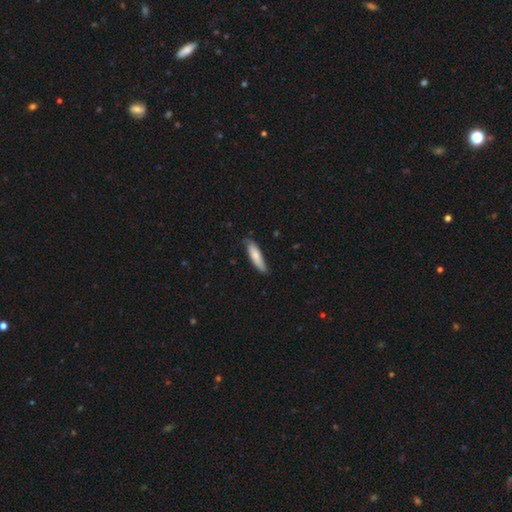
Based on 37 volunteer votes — Overall: smooth (86%). How rounded: cigar-shaped (78%). Merging: none (68%; minor disturbance 30%).